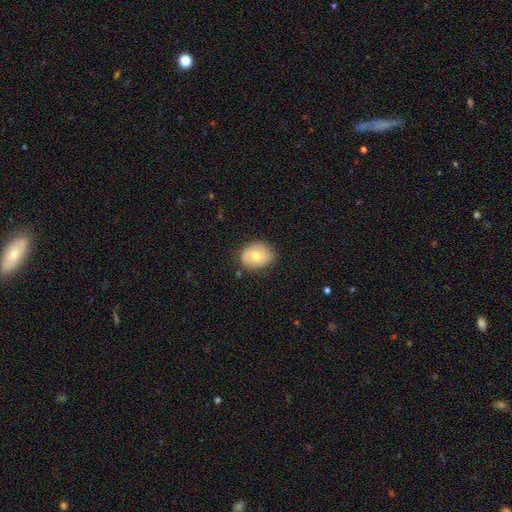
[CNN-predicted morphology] Overall: smooth (65%; featured or disk 27%). How rounded: in between (58%; round 41%). Merging: none (78%).